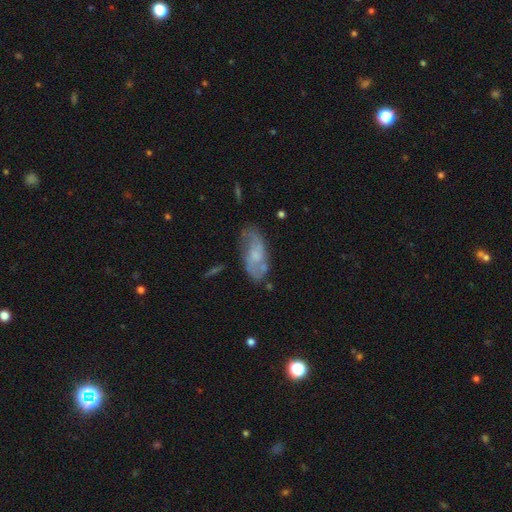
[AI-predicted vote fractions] smooth-or-featured: featured or disk: 60% | smooth: 32% | star or artifact: 8%
  disk-edge-on: no: 91% | yes: 9%
    bar: no: 61% | weak: 33% | strong: 5%
    has-spiral-arms: yes: 79% | no: 21%
    bulge-size: small: 43% | moderate: 32% | none: 20% | large: 4% | dominant: 1%
  merging: none: 63% | minor disturbance: 23% | major disturbance: 10% | merger: 4%